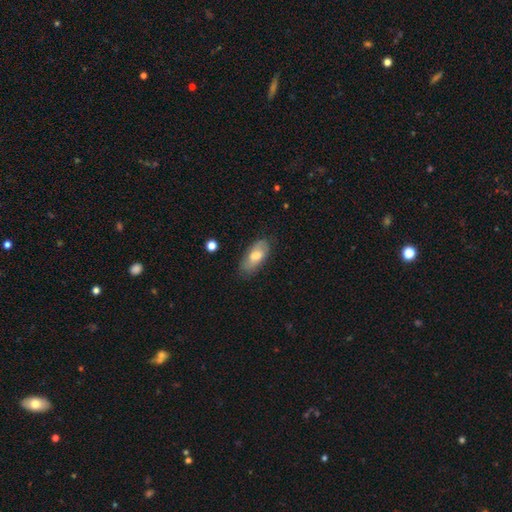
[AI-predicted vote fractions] smooth_or_featured: smooth (p=0.69) [alt: featured or disk p=0.24]
how_rounded: in between (p=0.88) [alt: cigar-shaped p=0.10]
merging: none (p=0.69) [alt: minor disturbance p=0.23]